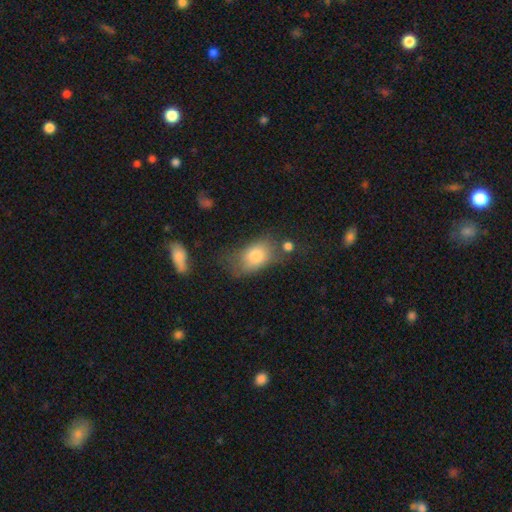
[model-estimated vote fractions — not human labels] Smooth or featured?
  - smooth: 77% *
  - featured or disk: 14%
  - star or artifact: 9%
How rounded?
  - in between: 83% *
  - round: 15%
  - cigar-shaped: 2%
Merging?
  - none: 49% *
  - minor disturbance: 28%
  - major disturbance: 15%
  - merger: 8%